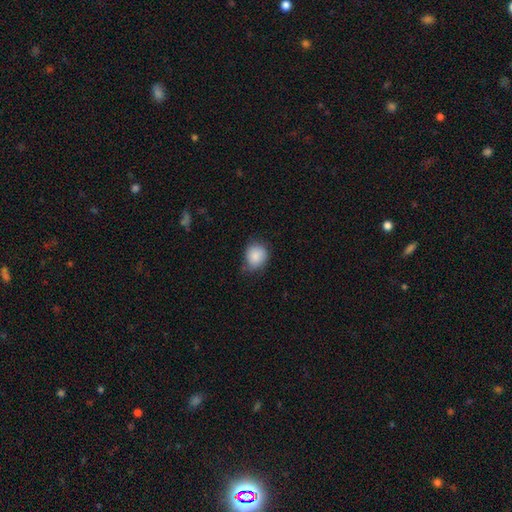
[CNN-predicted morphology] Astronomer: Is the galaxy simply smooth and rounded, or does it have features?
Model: smooth — 87%.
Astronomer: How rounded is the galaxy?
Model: round — 67%.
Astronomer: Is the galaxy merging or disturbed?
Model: none — 60%.